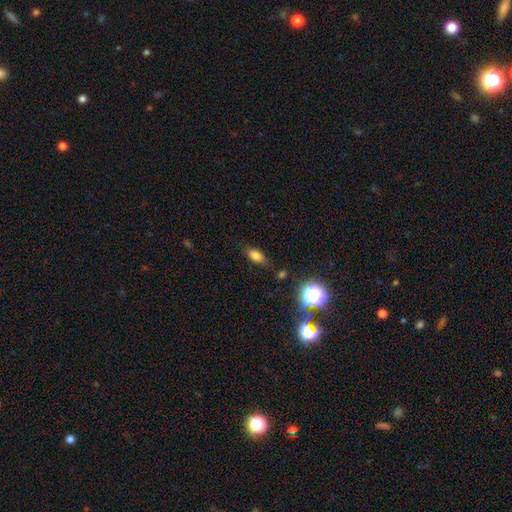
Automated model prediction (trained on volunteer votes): smooth-or-featured: smooth: 76% | star or artifact: 13% | featured or disk: 11%
  how-rounded: in between: 83% | cigar-shaped: 9% | round: 9%
  merging: none: 80% | minor disturbance: 14% | major disturbance: 3% | merger: 2%